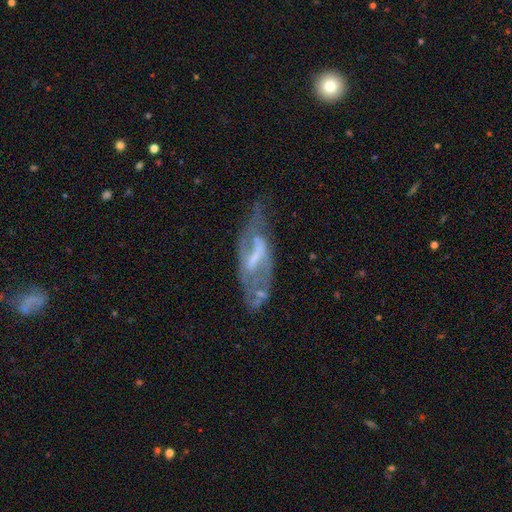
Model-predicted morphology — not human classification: Smooth or featured? Predicted: featured or disk (p=0.73). Edge-on disk? Predicted: no (p=0.85). Bar? Predicted: strong (p=0.44). Spiral arms? Predicted: yes (p=0.58). Bulge size? Predicted: small (p=0.37). Merging? Predicted: none (p=0.43).